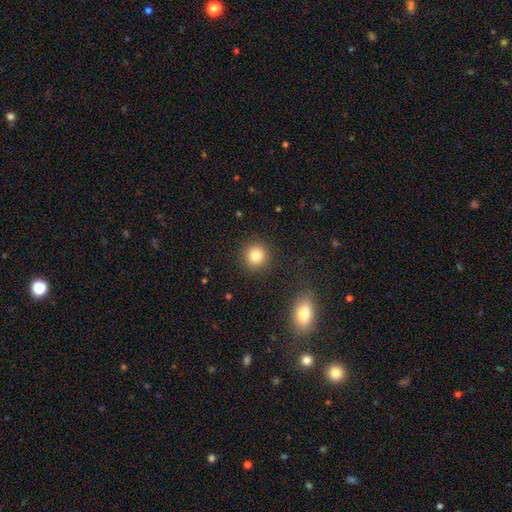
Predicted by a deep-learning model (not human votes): Smooth or featured? smooth (82%)
How rounded? round (93%)
Merging? none (91%)